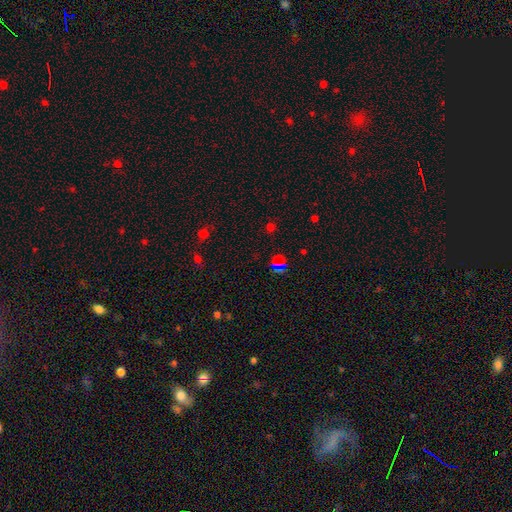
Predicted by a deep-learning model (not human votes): This is likely a star or artifact rather than a galaxy (63%).